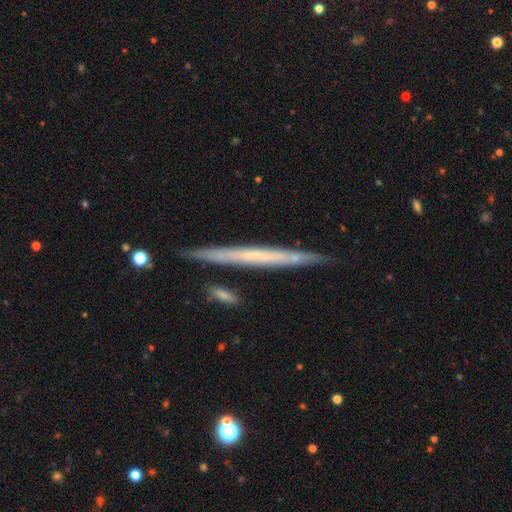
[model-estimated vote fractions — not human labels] Overall: featured or disk (57%; smooth 37%). Edge-on disk: yes (95%). Edge-on bulge: none (88%). Merging: none (87%).